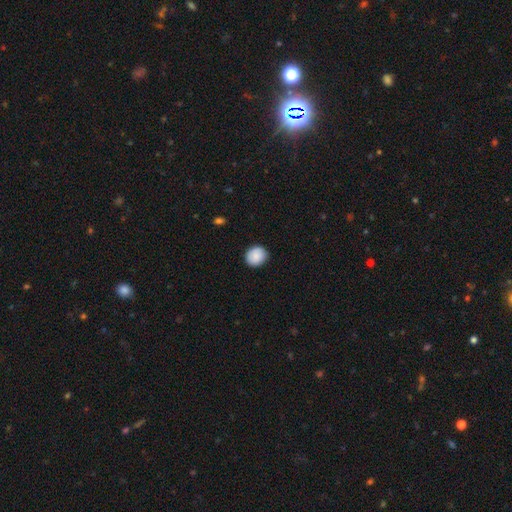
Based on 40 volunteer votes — Smooth or featured?
  - smooth: 88% *
  - star or artifact: 10%
  - featured or disk: 2%
How rounded?
  - round: 74% *
  - in between: 26%
  - cigar-shaped: 0%
Merging?
  - none: 89% *
  - minor disturbance: 8%
  - major disturbance: 3%
  - merger: 0%